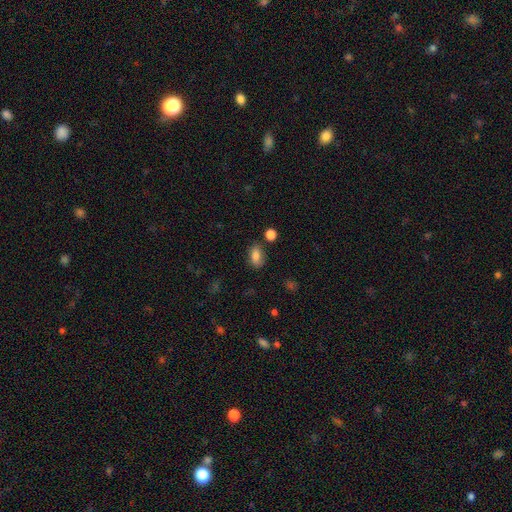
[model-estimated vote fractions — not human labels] Morphology: type=smooth (83%); roundness=in between (87%); merging=none (77%).